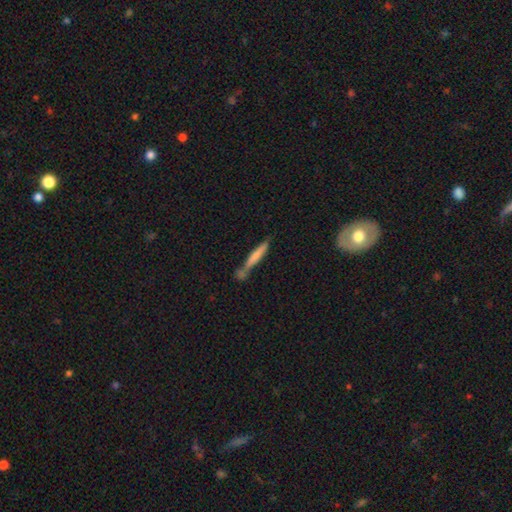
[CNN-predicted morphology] Q: Smooth or featured?
A: smooth (65%); runner-up: featured or disk (28%)
Q: How rounded?
A: cigar-shaped (93%); runner-up: in between (6%)
Q: Merging?
A: none (53%); runner-up: merger (25%)